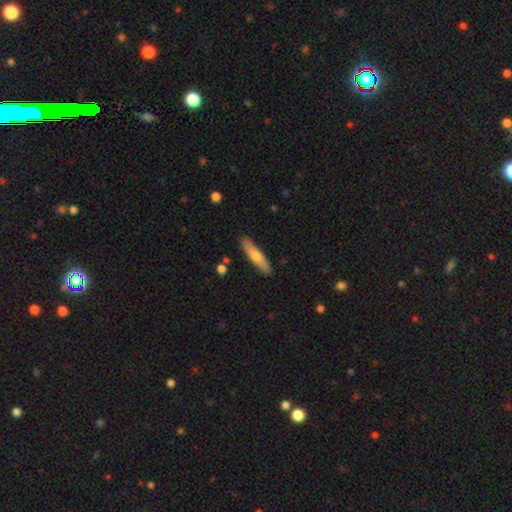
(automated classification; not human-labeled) Morphology: type=smooth (64%); roundness=cigar-shaped (81%); merging=none (87%).